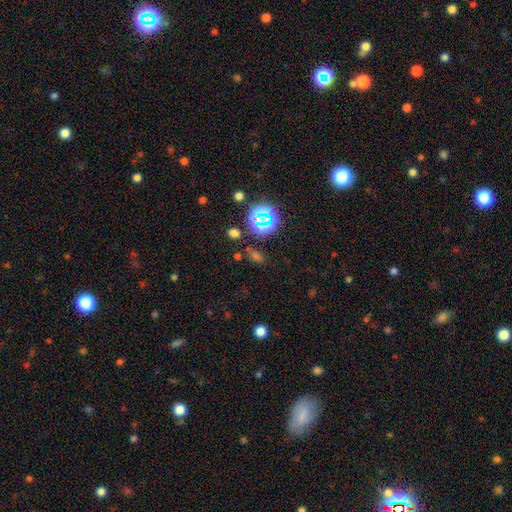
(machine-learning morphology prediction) smooth_or_featured: star or artifact (p=0.52) [alt: smooth p=0.39]